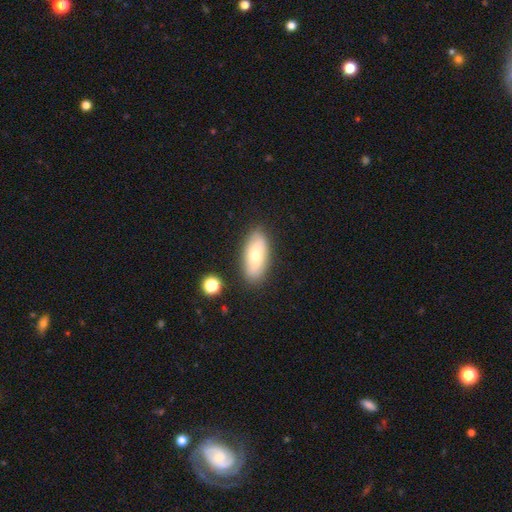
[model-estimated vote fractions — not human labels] smooth-or-featured: smooth: 59% | featured or disk: 34% | star or artifact: 7%
  how-rounded: in between: 87% | cigar-shaped: 10% | round: 3%
  merging: none: 85% | minor disturbance: 10% | major disturbance: 3% | merger: 2%